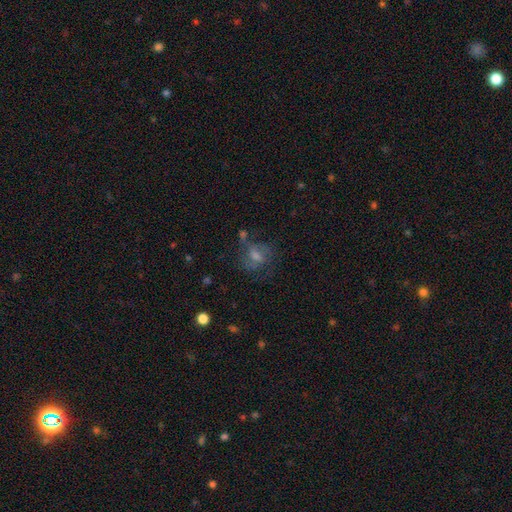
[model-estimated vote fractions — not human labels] featured or disk 47%, smooth 32%, star or artifact 21%. Down the decision tree: merging — none (59%).